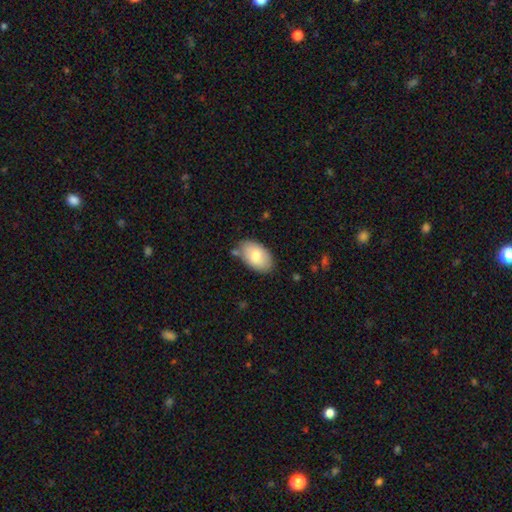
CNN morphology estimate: Overall: smooth (76%). How rounded: in between (94%). Merging: none (77%).